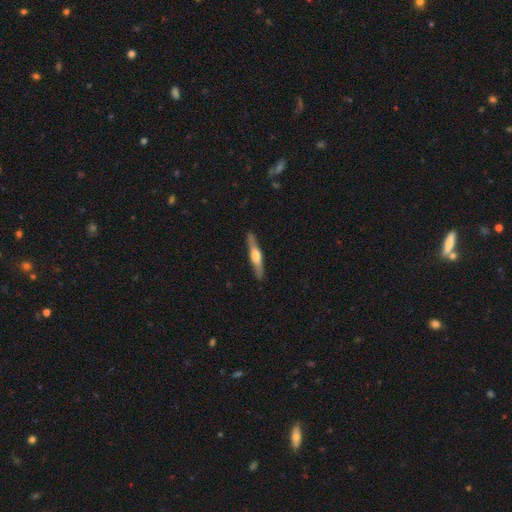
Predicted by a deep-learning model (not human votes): Morphology: type=featured or disk (62%); edge-on=yes (96%); edge-on bulge=rounded (88%); merging=none (89%).